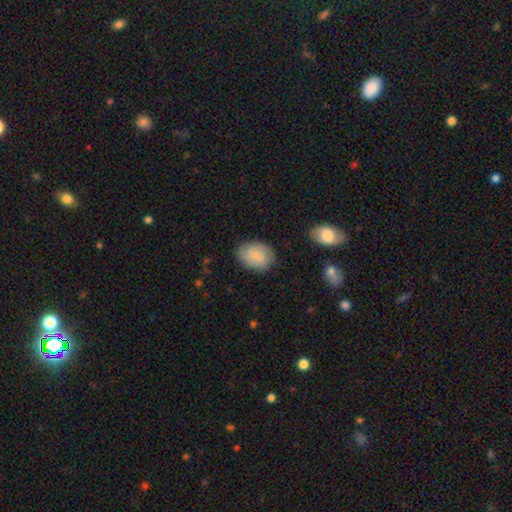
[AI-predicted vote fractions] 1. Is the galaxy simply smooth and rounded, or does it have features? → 72% smooth, 21% featured or disk, 7% star or artifact.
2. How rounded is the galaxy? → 72% in between, 27% round, 1% cigar-shaped.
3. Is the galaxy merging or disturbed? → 80% none, 15% minor disturbance, 4% major disturbance, 2% merger.